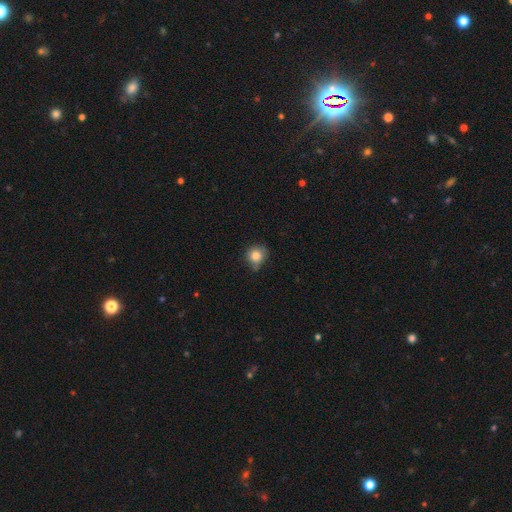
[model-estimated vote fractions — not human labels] Smooth or featured?
  - smooth: 82% *
  - star or artifact: 10%
  - featured or disk: 8%
How rounded?
  - round: 83% *
  - in between: 16%
  - cigar-shaped: 1%
Merging?
  - none: 62% *
  - minor disturbance: 29%
  - major disturbance: 6%
  - merger: 3%